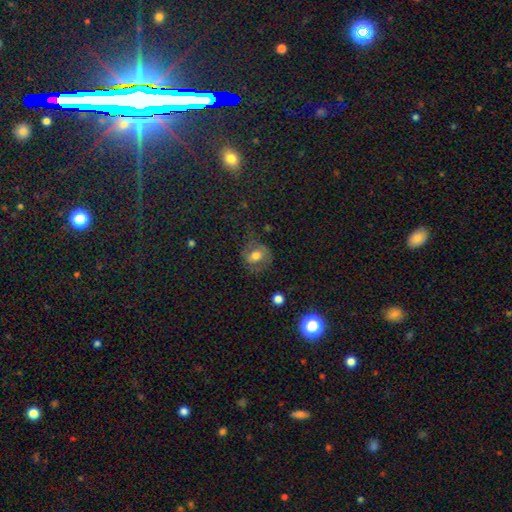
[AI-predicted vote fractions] Smooth or featured?
  - smooth: 57% *
  - featured or disk: 31%
  - star or artifact: 12%
How rounded?
  - round: 57% *
  - in between: 41%
  - cigar-shaped: 2%
Merging?
  - none: 56% *
  - minor disturbance: 23%
  - major disturbance: 19%
  - merger: 2%